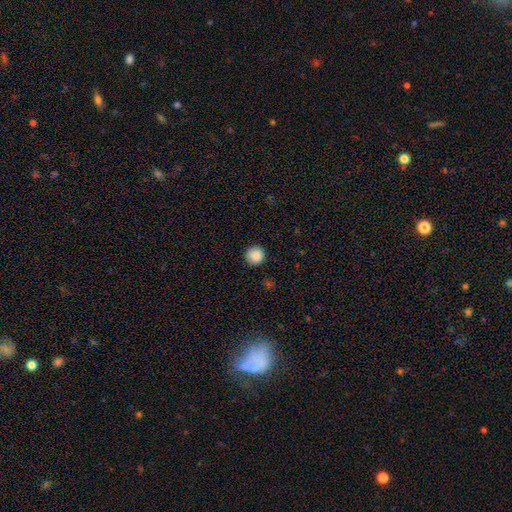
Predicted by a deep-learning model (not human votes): Q: Smooth or featured?
A: smooth (87%); runner-up: star or artifact (9%)
Q: How rounded?
A: round (95%); runner-up: in between (4%)
Q: Merging?
A: none (91%); runner-up: minor disturbance (6%)